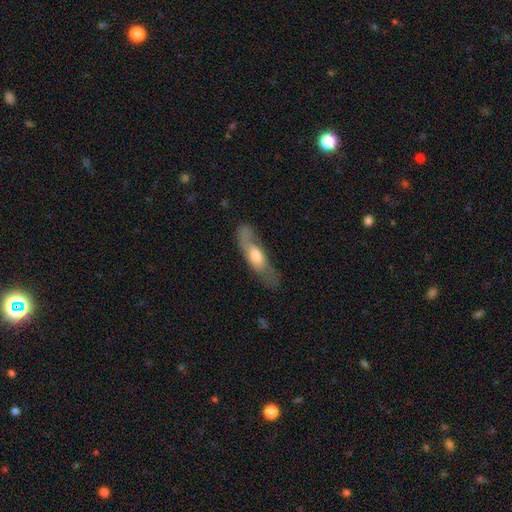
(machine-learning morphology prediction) Overall: featured or disk (50%; smooth 44%). Merging: none (61%; minor disturbance 22%).